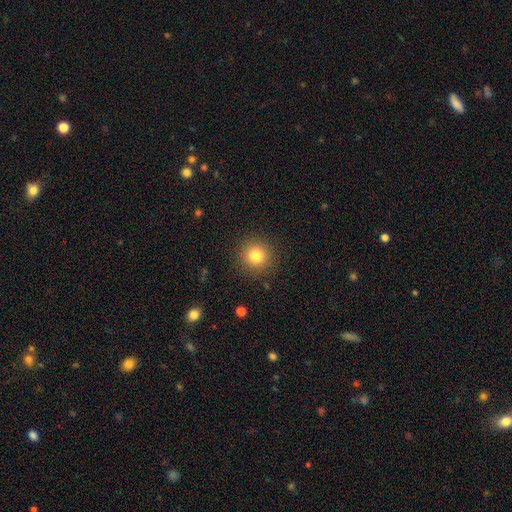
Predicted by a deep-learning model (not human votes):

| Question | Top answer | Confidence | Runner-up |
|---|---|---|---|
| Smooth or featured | smooth | 81% | star or artifact (12%) |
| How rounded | round | 94% | in between (5%) |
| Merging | none | 90% | minor disturbance (6%) |